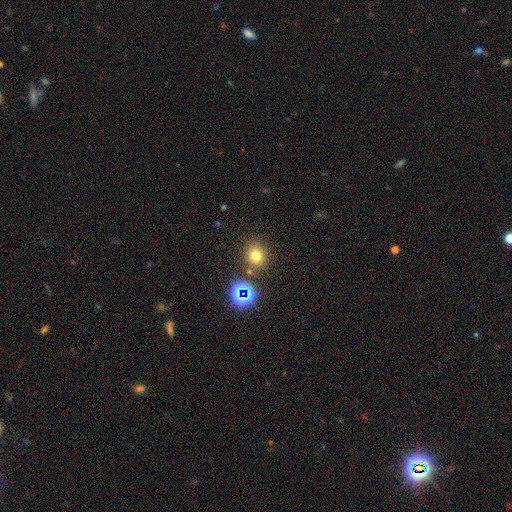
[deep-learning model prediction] This appears to be a smooth galaxy with no disk features (71%) that is round (82%). Merging: none (82%).